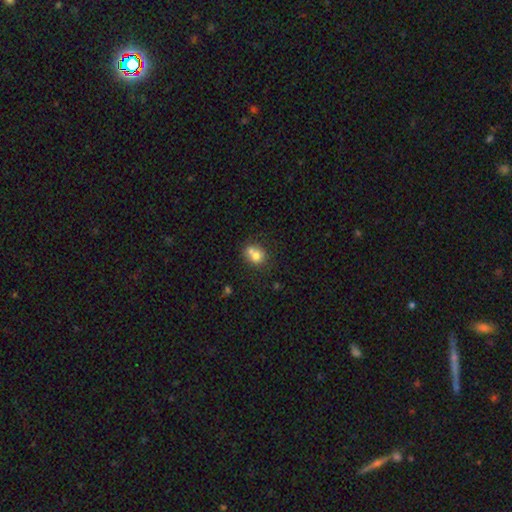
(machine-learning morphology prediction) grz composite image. It shows a smooth galaxy with no disk features (72%) that is round (69%). Merging: merger (49%).